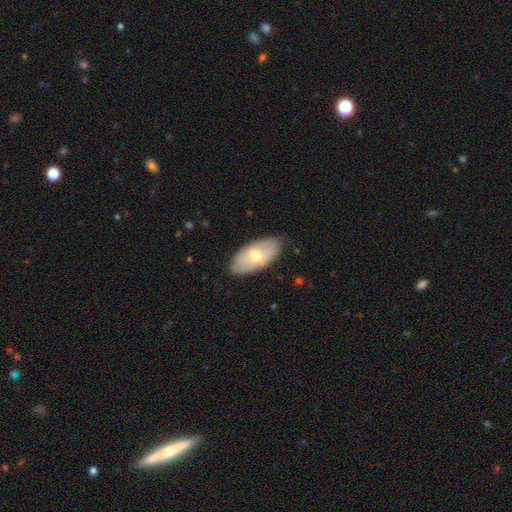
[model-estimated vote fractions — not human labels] smooth_or_featured: smooth (p=0.60) [alt: featured or disk p=0.34]
how_rounded: in between (p=0.93) [alt: cigar-shaped p=0.04]
merging: none (p=0.82) [alt: minor disturbance p=0.14]